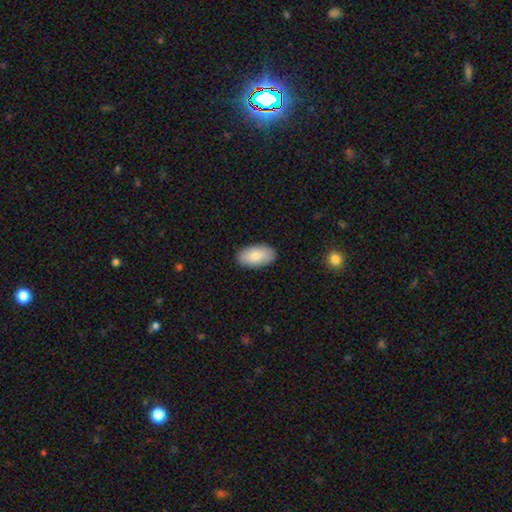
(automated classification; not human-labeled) smooth-or-featured: smooth: 83% | featured or disk: 11% | star or artifact: 6%
  how-rounded: in between: 95% | round: 3% | cigar-shaped: 2%
  merging: none: 88% | minor disturbance: 9% | major disturbance: 2% | merger: 1%